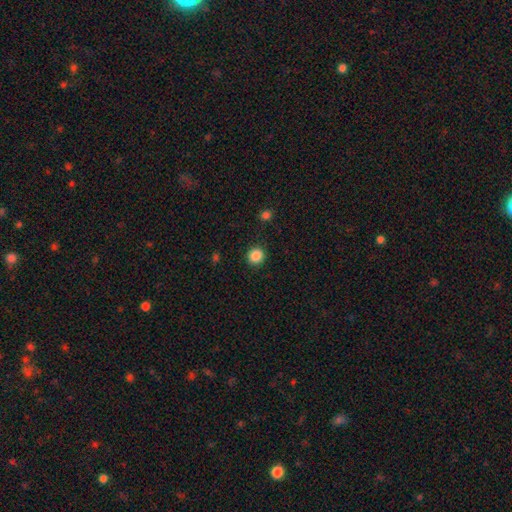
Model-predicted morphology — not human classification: This appears to be a smooth galaxy with no disk features (86%) that is round (90%). Merging: none (91%).